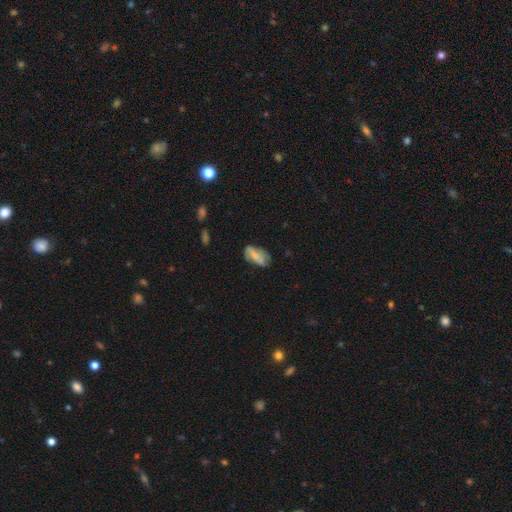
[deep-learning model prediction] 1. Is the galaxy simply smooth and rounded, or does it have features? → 55% smooth, 37% featured or disk, 8% star or artifact.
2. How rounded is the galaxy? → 90% in between, 7% cigar-shaped, 4% round.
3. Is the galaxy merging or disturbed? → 59% none, 29% minor disturbance, 10% major disturbance, 3% merger.